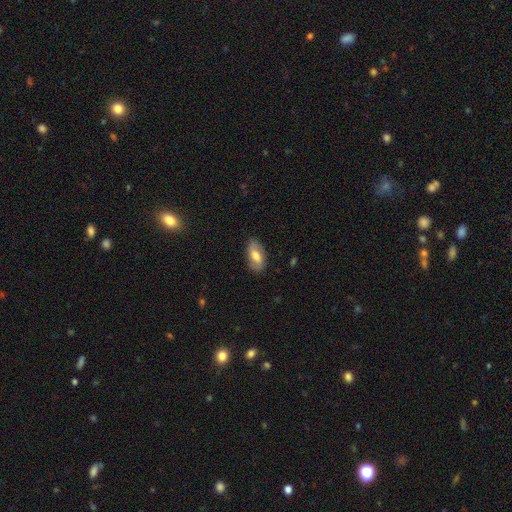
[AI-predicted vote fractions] Smooth or featured? Predicted: smooth (p=0.65). How rounded? Predicted: in between (p=0.90). Merging? Predicted: none (p=0.83).